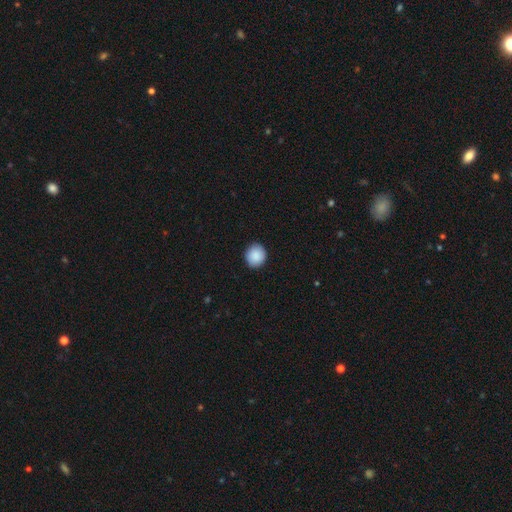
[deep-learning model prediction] smooth_or_featured: smooth (p=0.90) [alt: star or artifact p=0.07]
how_rounded: round (p=0.86) [alt: in between p=0.13]
merging: none (p=0.91) [alt: minor disturbance p=0.07]